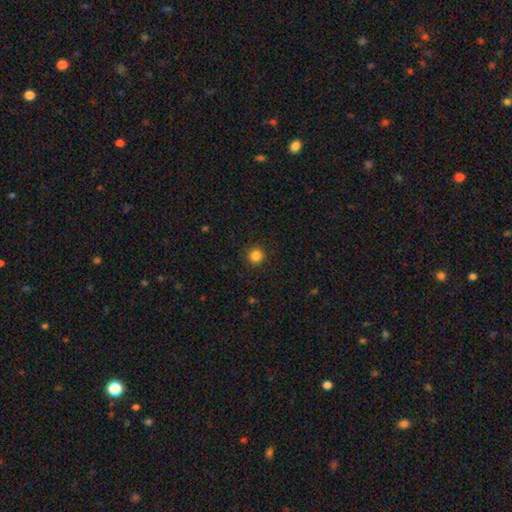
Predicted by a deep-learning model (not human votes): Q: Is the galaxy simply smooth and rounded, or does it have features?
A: smooth — 85%.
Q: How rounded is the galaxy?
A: round — 94%.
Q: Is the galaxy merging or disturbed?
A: none — 92%.